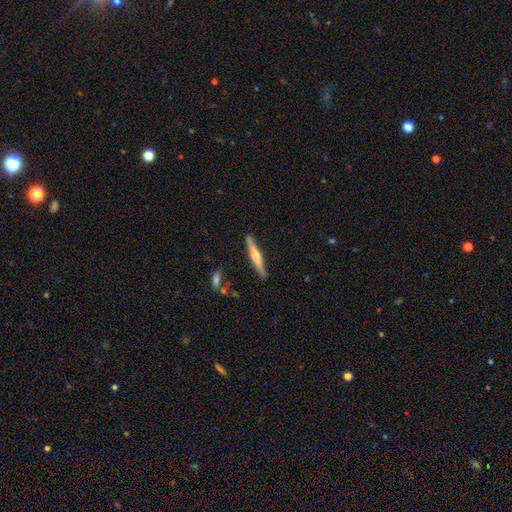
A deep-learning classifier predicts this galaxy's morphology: smooth-or-featured: featured or disk: 58% | smooth: 37% | star or artifact: 6%
  disk-edge-on: yes: 97% | no: 3%
    edge-on-bulge: rounded: 76% | none: 12% | boxy: 12%
  merging: none: 88% | minor disturbance: 8% | merger: 2% | major disturbance: 2%